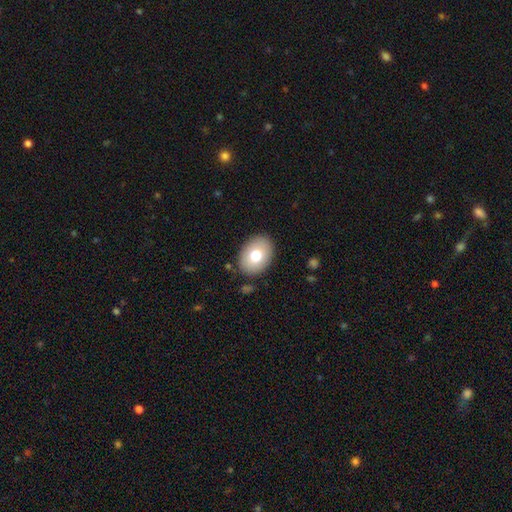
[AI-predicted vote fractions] Morphology: type=smooth (76%); roundness=in between (77%); merging=none (87%).